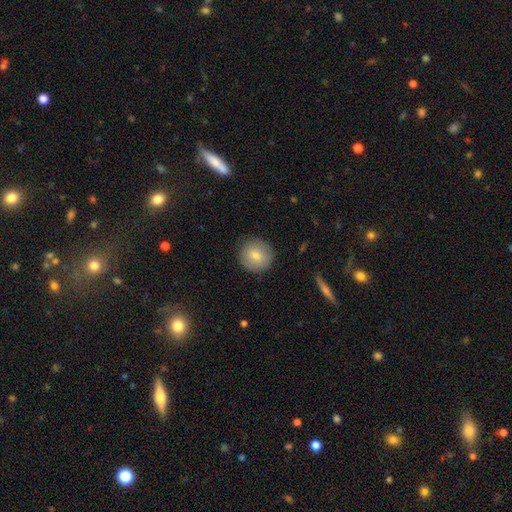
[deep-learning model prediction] This appears to be a smooth galaxy with no disk features (78%) that is round (92%). Merging: none (88%).